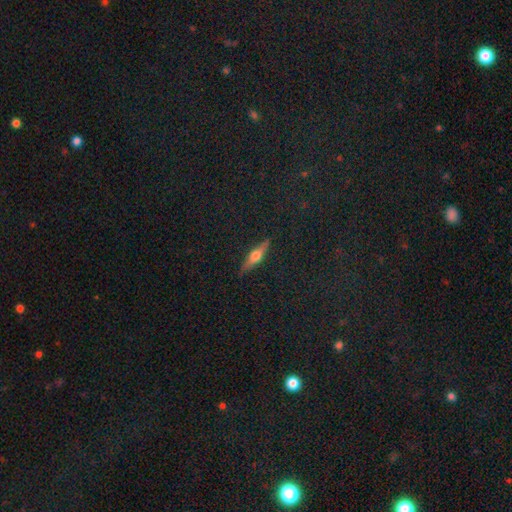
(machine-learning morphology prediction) Smooth or featured?
  - featured or disk: 60% *
  - smooth: 32%
  - star or artifact: 8%
Edge-on disk?
  - yes: 94% *
  - no: 6%
Edge-on bulge?
  - rounded: 92% *
  - boxy: 5%
  - none: 3%
Merging?
  - none: 88% *
  - minor disturbance: 9%
  - major disturbance: 2%
  - merger: 1%